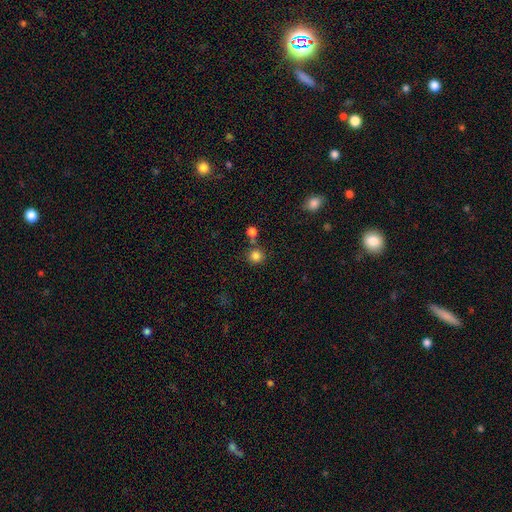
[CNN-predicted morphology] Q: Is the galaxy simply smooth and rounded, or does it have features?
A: smooth — 83%.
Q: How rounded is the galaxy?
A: round — 91%.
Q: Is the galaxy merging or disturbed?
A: none — 71%.